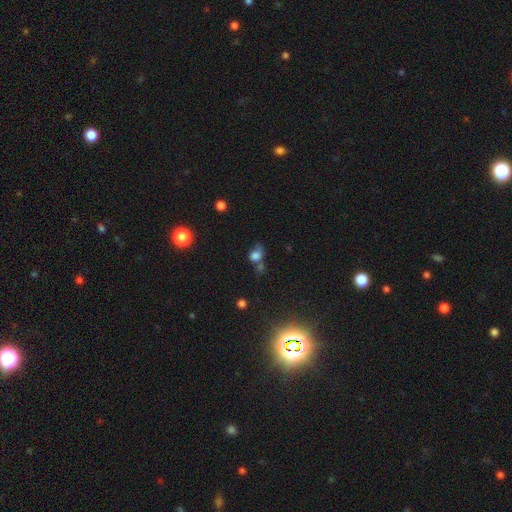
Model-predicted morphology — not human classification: The model was most divided on "how rounded": round: 49%, in between: 48%, cigar-shaped: 2%. Remaining: smooth or featured — smooth (68%); merging — none (34%).